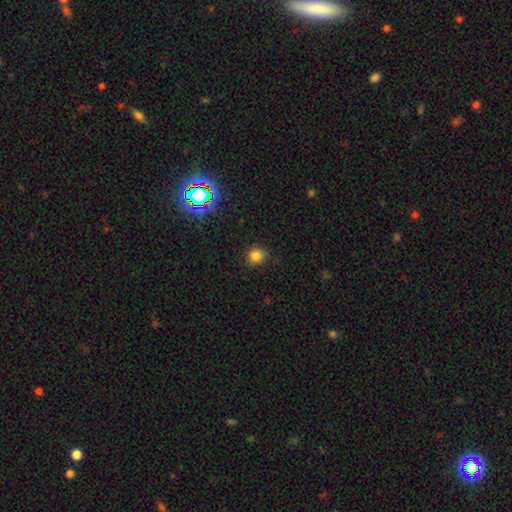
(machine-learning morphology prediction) Overall: smooth (81%). How rounded: round (80%). Merging: none (86%).